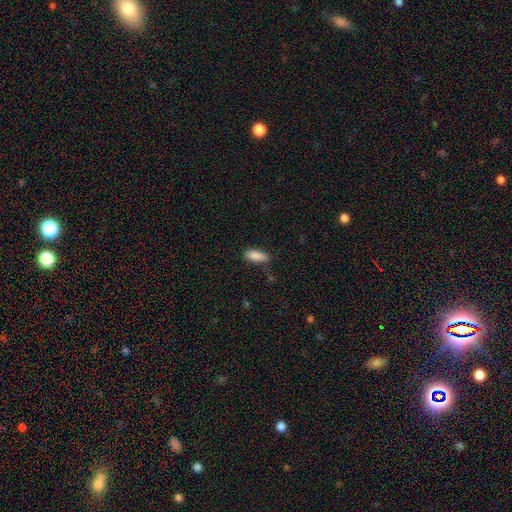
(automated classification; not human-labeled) Smooth or featured? Predicted: smooth (p=0.88). How rounded? Predicted: in between (p=0.78). Merging? Predicted: none (p=0.76).